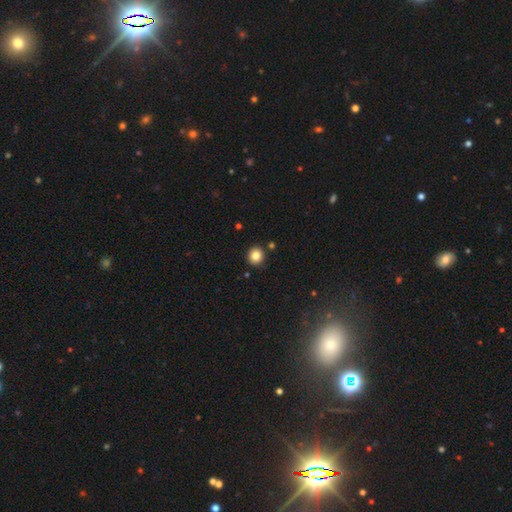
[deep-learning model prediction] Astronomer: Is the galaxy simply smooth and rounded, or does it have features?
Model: smooth — 84%.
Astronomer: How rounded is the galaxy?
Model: round — 90%.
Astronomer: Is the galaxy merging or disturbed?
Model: none — 89%.